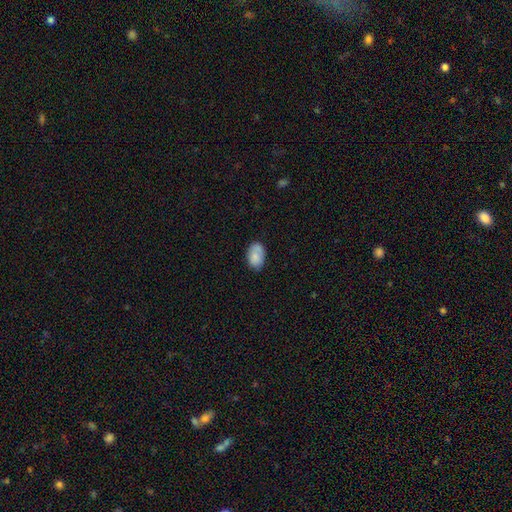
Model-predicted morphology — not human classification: This appears to be a smooth galaxy with no disk features (79%) that is in between round and cigar-shaped (85%). Merging: none (67%).